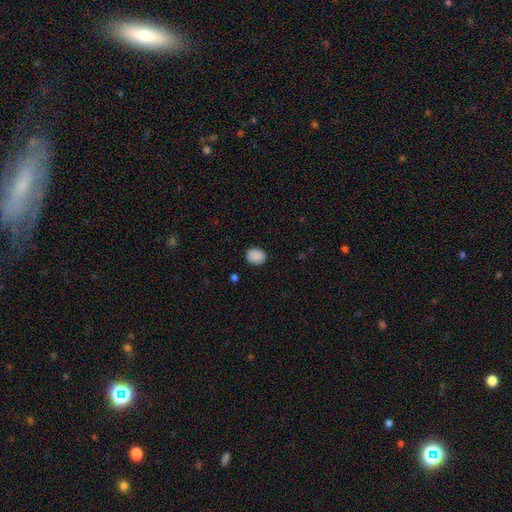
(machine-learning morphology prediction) A smooth galaxy with no disk features (88%) that is round (60%). Merging: none (84%).